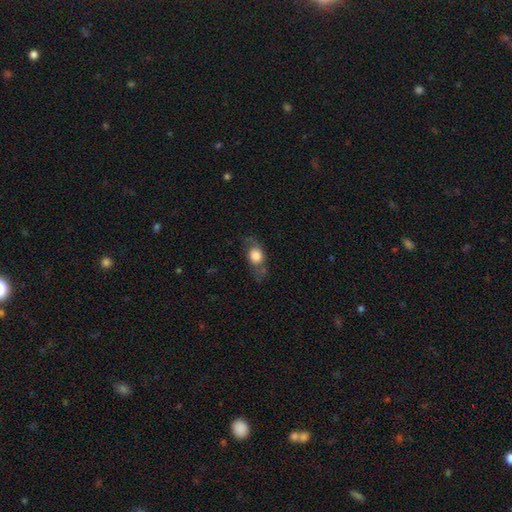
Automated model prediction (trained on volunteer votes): Smooth or featured?
  - smooth: 65% *
  - featured or disk: 27%
  - star or artifact: 8%
How rounded?
  - in between: 57% *
  - round: 37%
  - cigar-shaped: 6%
Merging?
  - none: 57% *
  - minor disturbance: 26%
  - major disturbance: 15%
  - merger: 2%